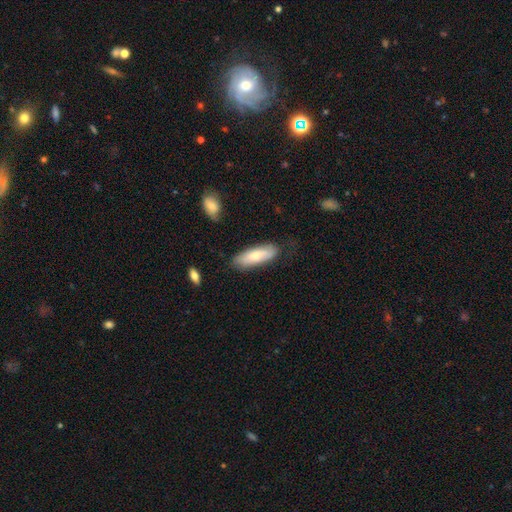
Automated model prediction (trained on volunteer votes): Smooth or featured?
  - smooth: 67% *
  - featured or disk: 27%
  - star or artifact: 6%
How rounded?
  - in between: 61% *
  - cigar-shaped: 37%
  - round: 2%
Merging?
  - none: 75% *
  - minor disturbance: 19%
  - major disturbance: 4%
  - merger: 2%